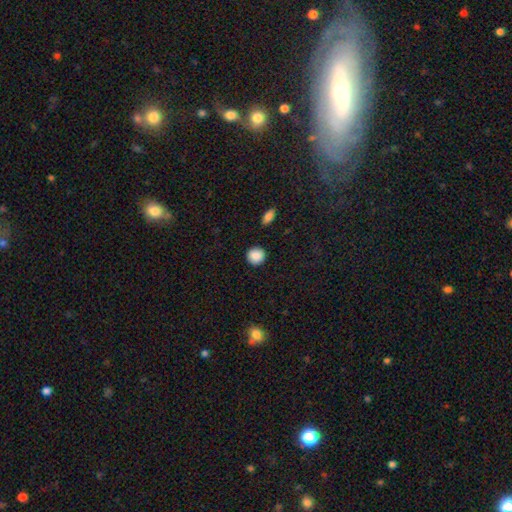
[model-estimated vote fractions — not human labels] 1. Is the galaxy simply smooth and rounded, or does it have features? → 89% smooth, 8% star or artifact, 3% featured or disk.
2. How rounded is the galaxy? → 92% round, 7% in between, 1% cigar-shaped.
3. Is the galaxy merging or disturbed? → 91% none, 6% minor disturbance, 2% major disturbance, 1% merger.